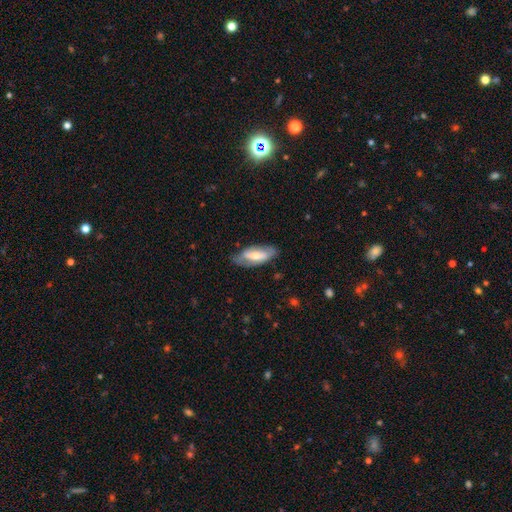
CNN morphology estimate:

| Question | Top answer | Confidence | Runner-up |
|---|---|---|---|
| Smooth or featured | featured or disk | 53% | smooth (41%) |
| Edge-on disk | no | 80% | yes (20%) |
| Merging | none | 73% | minor disturbance (20%) |